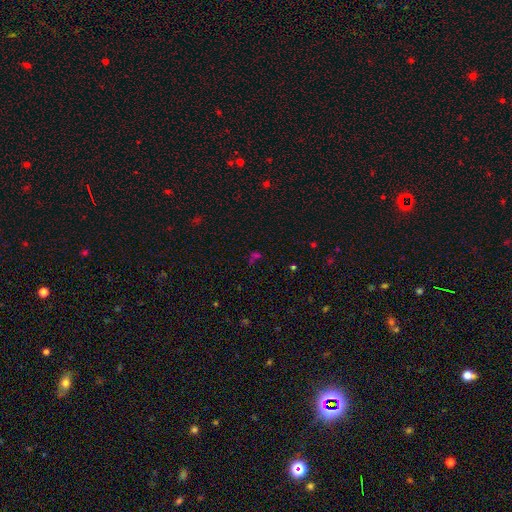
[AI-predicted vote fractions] This is possibly a star or artifact rather than a galaxy (52%).